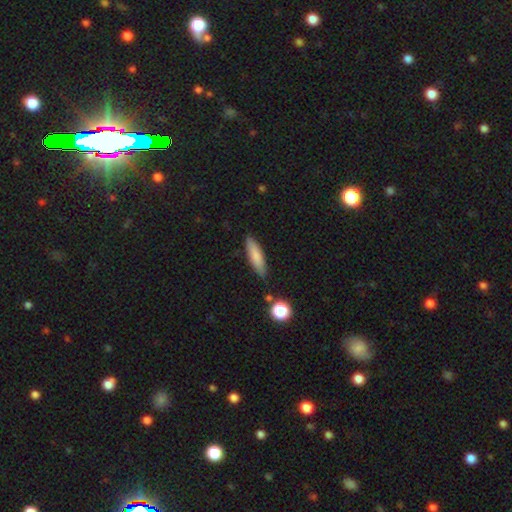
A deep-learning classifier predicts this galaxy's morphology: A smooth galaxy with no disk features (80%) that is cigar-shaped (67%). Merging: none (85%).